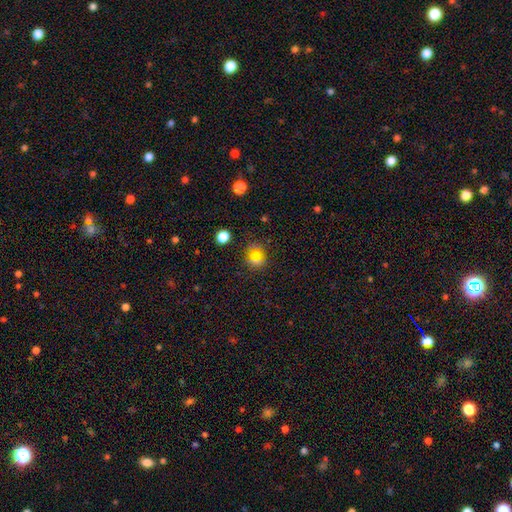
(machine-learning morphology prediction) This is likely a smooth galaxy (65%). How rounded: likely round (75%). Merging: likely none (72%).